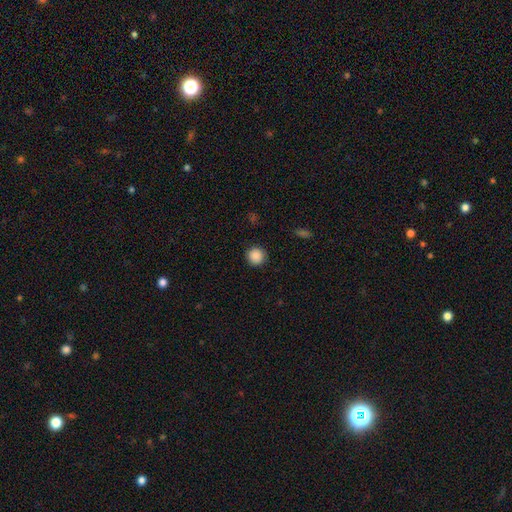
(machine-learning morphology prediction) smooth_or_featured: smooth (p=0.88) [alt: star or artifact p=0.09]
how_rounded: round (p=0.95) [alt: in between p=0.04]
merging: none (p=0.91) [alt: minor disturbance p=0.06]